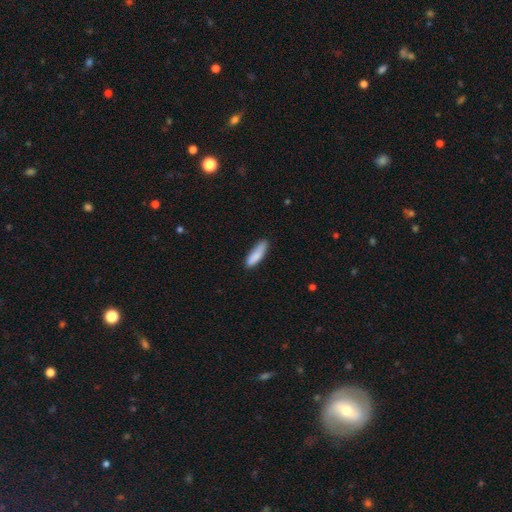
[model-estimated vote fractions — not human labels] Morphology: type=smooth (86%); roundness=cigar-shaped (61%); merging=none (75%).